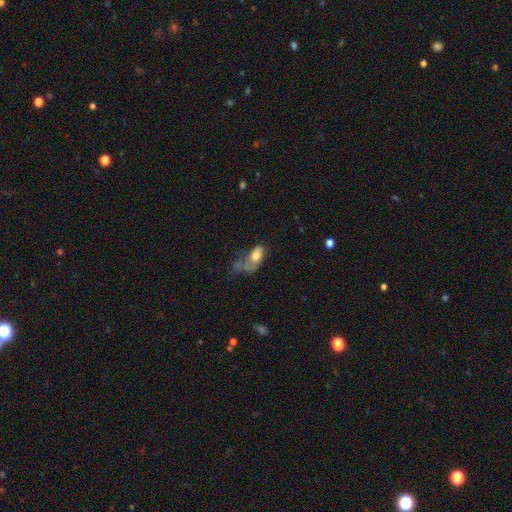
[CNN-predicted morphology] Smooth or featured? smooth (69%)
How rounded? in between (89%)
Merging? major disturbance (41%)